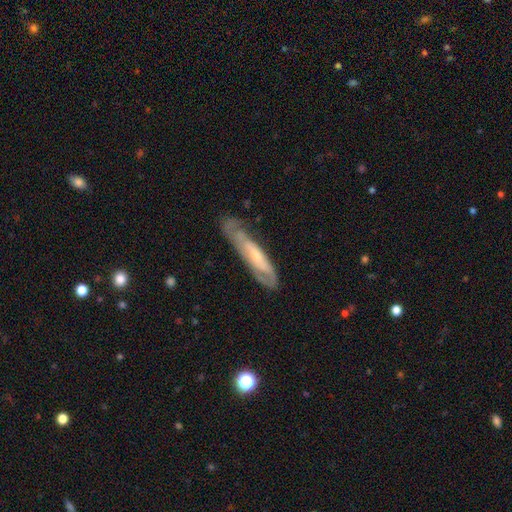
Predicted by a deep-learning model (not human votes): The model was most divided on "edge-on disk": no: 61%, yes: 39%. More confident: smooth or featured — featured or disk (69%); merging — none (62%).